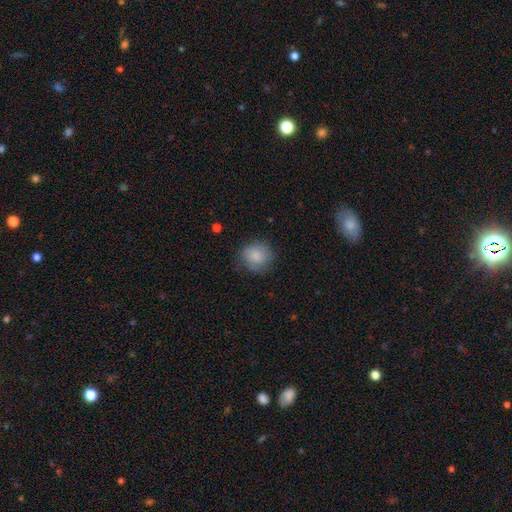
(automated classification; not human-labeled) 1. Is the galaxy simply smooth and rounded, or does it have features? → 85% smooth, 8% featured or disk, 7% star or artifact.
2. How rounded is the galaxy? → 85% round, 14% in between, 1% cigar-shaped.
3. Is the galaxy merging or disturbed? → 78% none, 16% minor disturbance, 5% major disturbance, 1% merger.